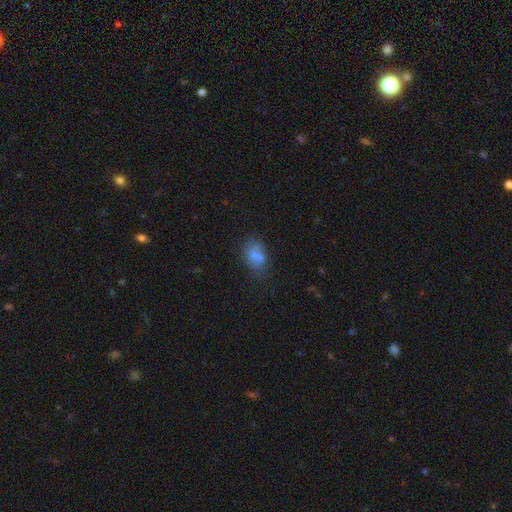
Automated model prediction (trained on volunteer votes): Smooth or featured? smooth (71%)
How rounded? in between (78%)
Merging? none (55%)